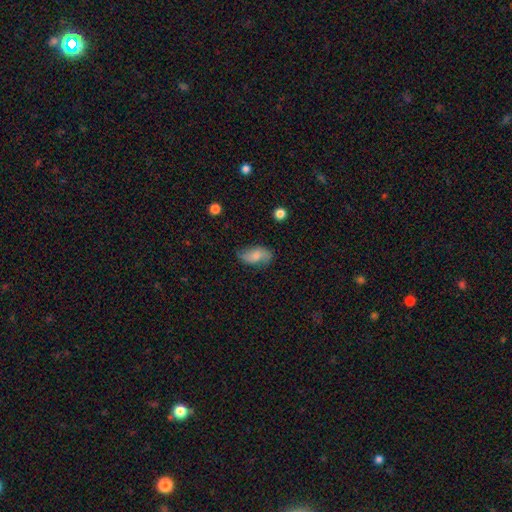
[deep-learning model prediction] Morphology: type=smooth (57%); roundness=in between (91%); merging=none (68%).